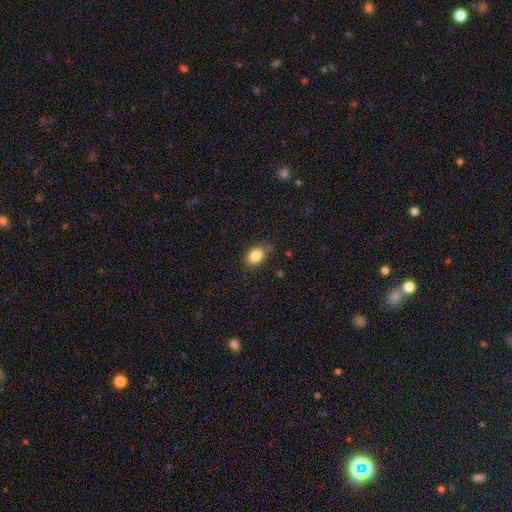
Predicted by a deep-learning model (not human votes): smooth 83%, star or artifact 9%, featured or disk 8%. Down the decision tree: how rounded — in between (73%); merging — none (72%).